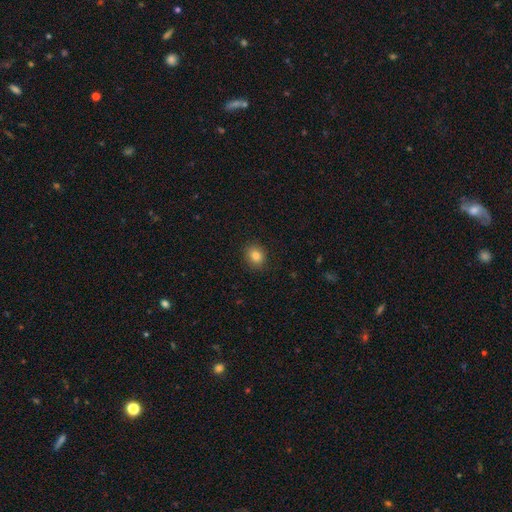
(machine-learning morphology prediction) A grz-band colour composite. It shows a smooth galaxy with no disk features (85%) that is round (55%). Merging: none (87%).